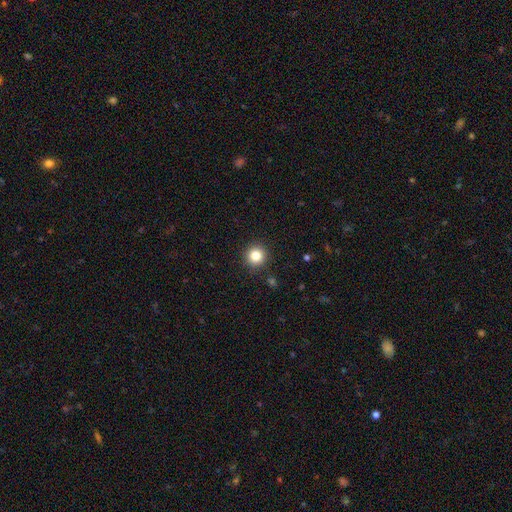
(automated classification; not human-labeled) smooth 83%, star or artifact 11%, featured or disk 6%. Down the decision tree: how rounded — round (94%); merging — none (91%).